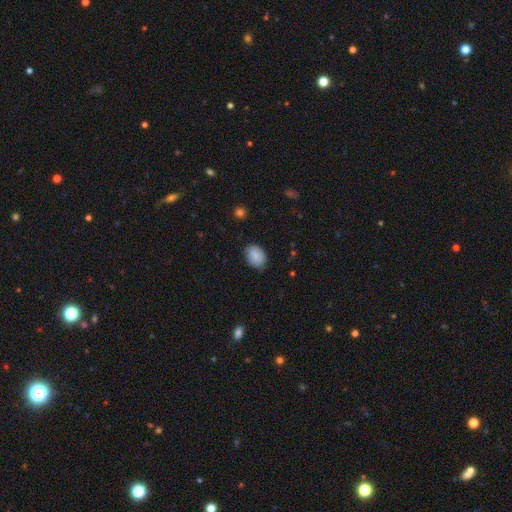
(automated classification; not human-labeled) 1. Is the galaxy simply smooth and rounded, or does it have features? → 86% smooth, 7% star or artifact, 7% featured or disk.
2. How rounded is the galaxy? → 76% in between, 22% round, 1% cigar-shaped.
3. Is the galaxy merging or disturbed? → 78% none, 18% minor disturbance, 3% major disturbance, 1% merger.